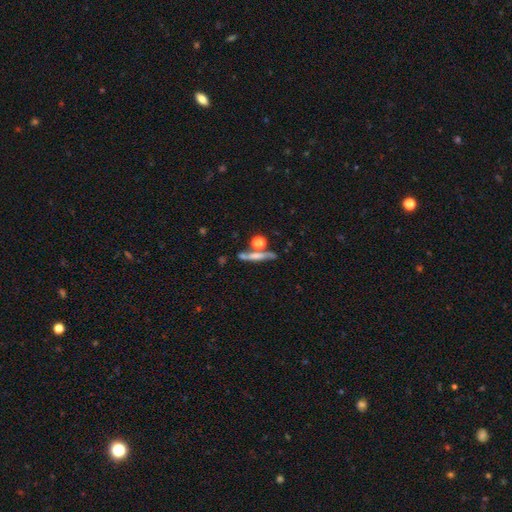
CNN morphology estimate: smooth-or-featured: smooth: 53% | featured or disk: 35% | star or artifact: 12%
  how-rounded: cigar-shaped: 74% | in between: 13% | round: 13%
  merging: none: 61% | merger: 19% | minor disturbance: 13% | major disturbance: 7%